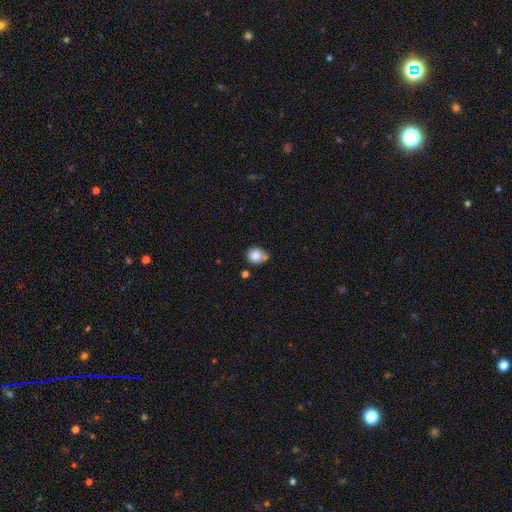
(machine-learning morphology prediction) Smooth or featured: smooth — 84% (star or artifact — 10%)
How rounded: round — 85% (in between — 14%)
Merging: none — 59% (minor disturbance — 18%)